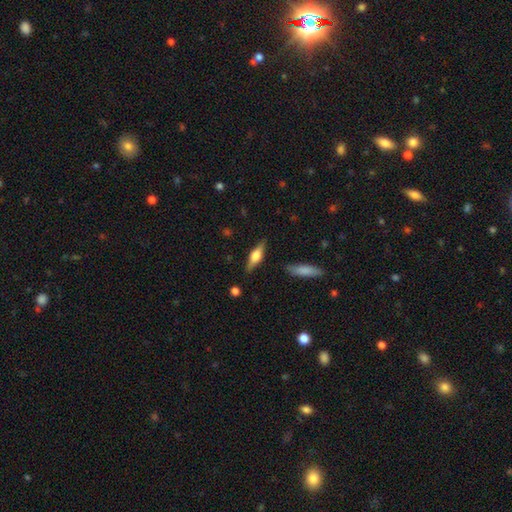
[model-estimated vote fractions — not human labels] Smooth or featured: featured or disk — 55% (smooth — 39%)
Edge-on disk: yes — 95% (no — 5%)
Edge-on bulge: rounded — 86% (boxy — 12%)
Merging: none — 85% (minor disturbance — 10%)